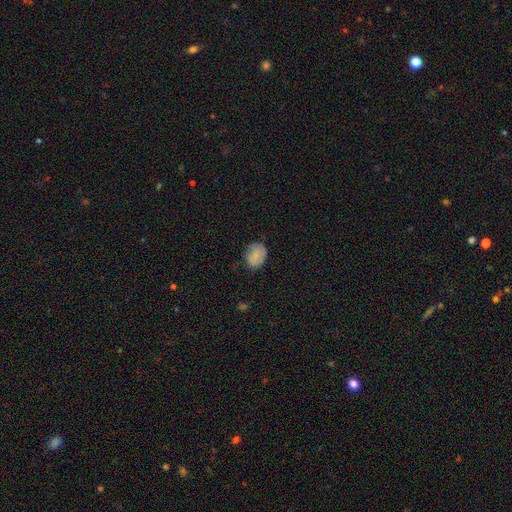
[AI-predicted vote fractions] A smooth galaxy with no disk features (81%) that is in between round and cigar-shaped (67%). Merging: none (73%).